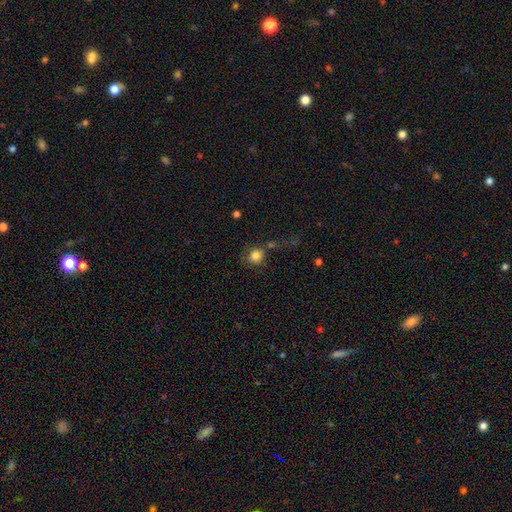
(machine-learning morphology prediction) smooth-or-featured: smooth: 80% | star or artifact: 10% | featured or disk: 10%
  how-rounded: round: 83% | in between: 16% | cigar-shaped: 1%
  merging: none: 50% | minor disturbance: 18% | merger: 16% | major disturbance: 16%